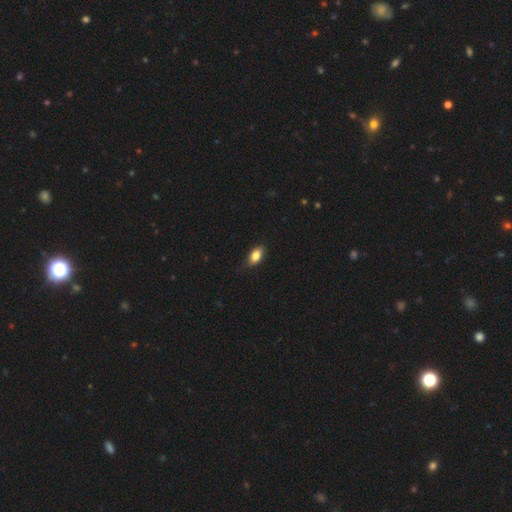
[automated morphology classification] This appears to be a smooth galaxy with no disk features (84%) that is in between round and cigar-shaped (87%). Merging: none (83%).